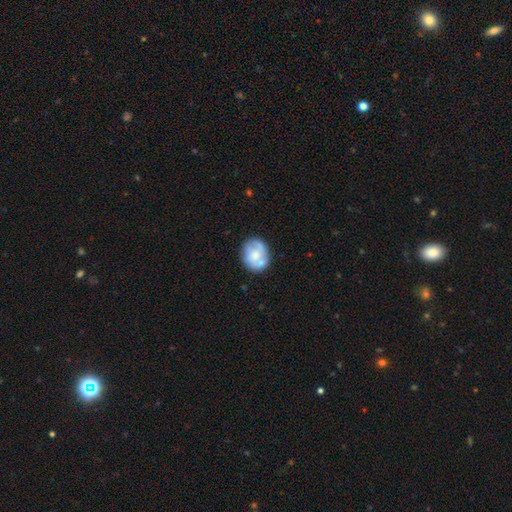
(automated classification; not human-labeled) Overall: smooth (54%; featured or disk 40%). How rounded: round (56%; in between 43%). Merging: none (63%).